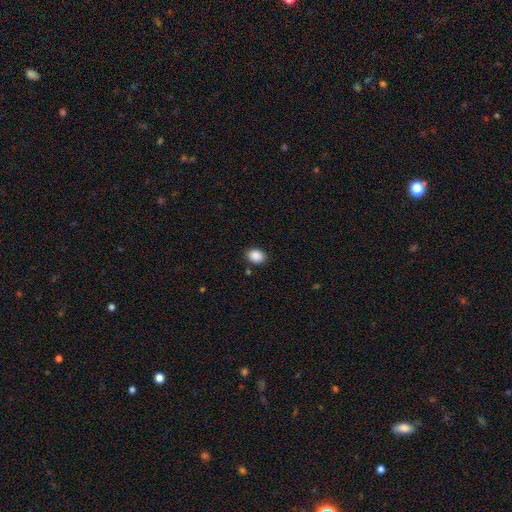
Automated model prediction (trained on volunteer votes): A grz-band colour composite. It shows a smooth galaxy with no disk features (88%) that is in between round and cigar-shaped (57%). Merging: none (85%).